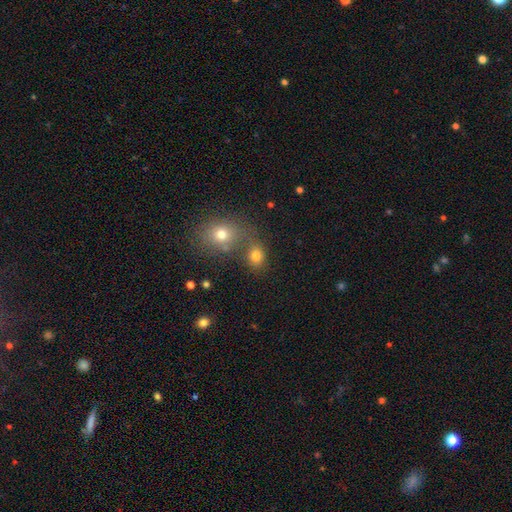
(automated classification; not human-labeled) smooth-or-featured: smooth: 74% | star or artifact: 16% | featured or disk: 10%
  how-rounded: round: 59% | in between: 40% | cigar-shaped: 1%
  merging: none: 49% | merger: 37% | minor disturbance: 9% | major disturbance: 5%